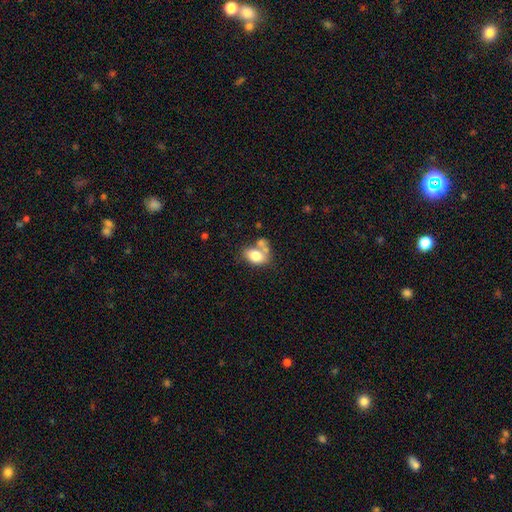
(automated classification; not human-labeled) smooth 74%, featured or disk 17%, star or artifact 8%. Down the decision tree: how rounded — in between (82%); merging — merger (38%).